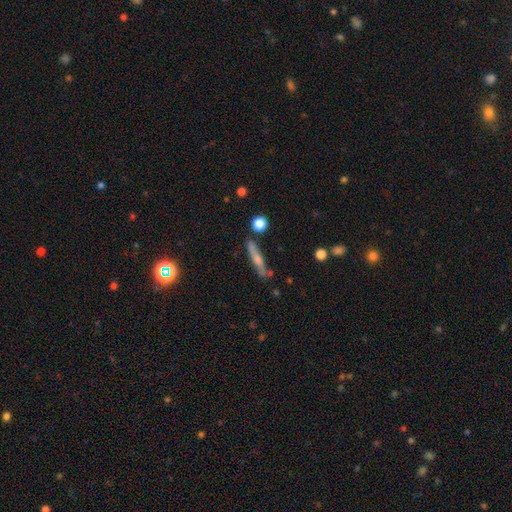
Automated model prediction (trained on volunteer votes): Smooth or featured: smooth — 52% (featured or disk — 40%)
How rounded: cigar-shaped — 85% (in between — 11%)
Merging: none — 70% (minor disturbance — 18%)